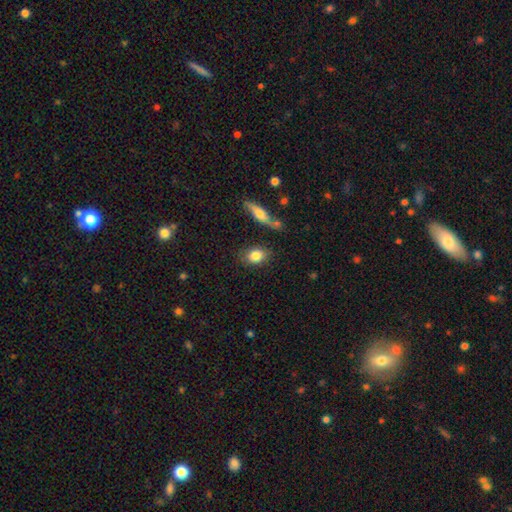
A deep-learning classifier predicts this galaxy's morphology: This appears to be a smooth galaxy with no disk features (82%) that is in between round and cigar-shaped (68%). Merging: none (78%).